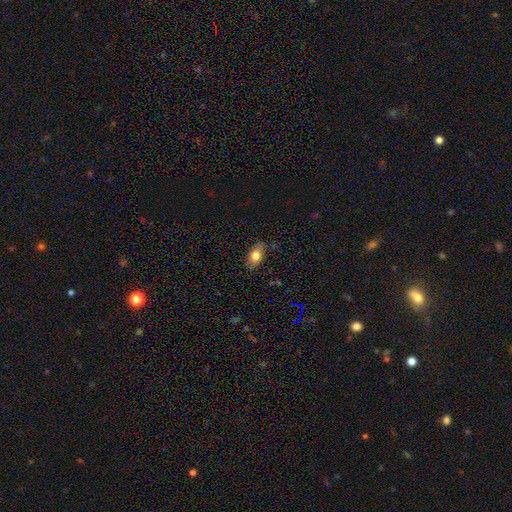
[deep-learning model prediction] Overall: smooth (76%). How rounded: in between (81%). Merging: none (76%).